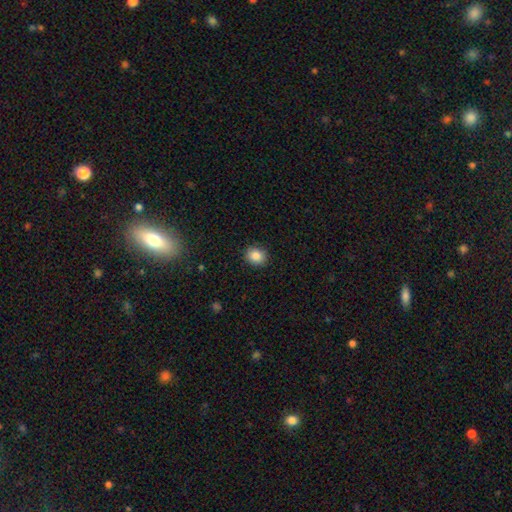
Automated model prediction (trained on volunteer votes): smooth 86%, star or artifact 9%, featured or disk 4%. Down the decision tree: how rounded — round (70%); merging — none (89%).